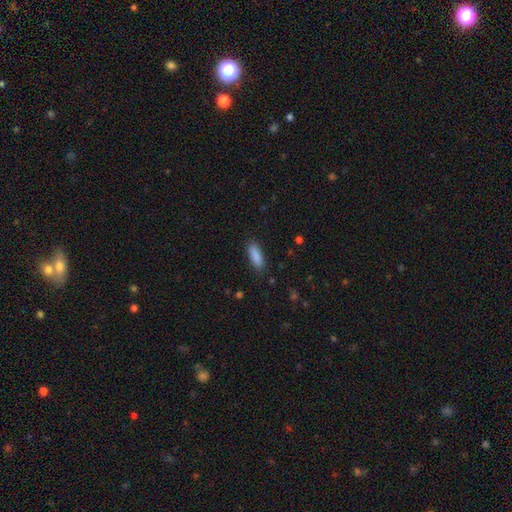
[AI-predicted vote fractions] Morphology: type=smooth (88%); roundness=in between (61%); merging=none (86%).